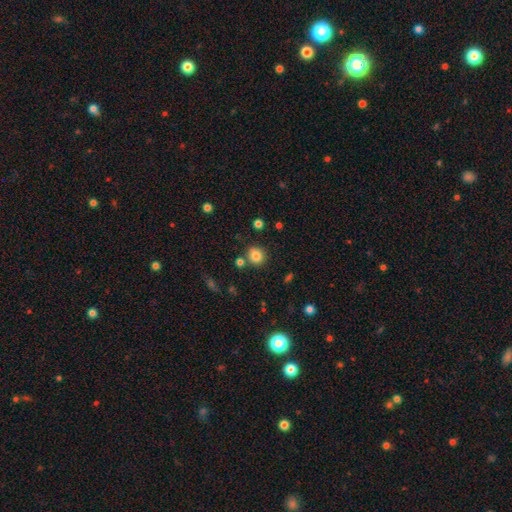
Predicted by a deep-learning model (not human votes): The model was most divided on "smooth or featured": smooth: 82%, star or artifact: 12%, featured or disk: 6%. More confident: how rounded — round (87%); merging — none (81%).